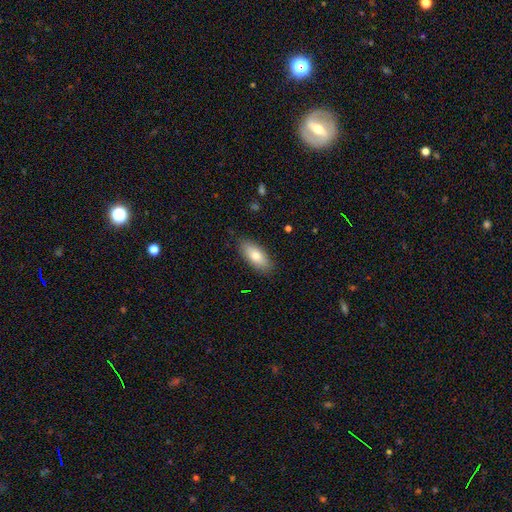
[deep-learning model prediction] smooth_or_featured: smooth (p=0.77) [alt: featured or disk p=0.17]
how_rounded: in between (p=0.82) [alt: cigar-shaped p=0.15]
merging: none (p=0.86) [alt: minor disturbance p=0.10]